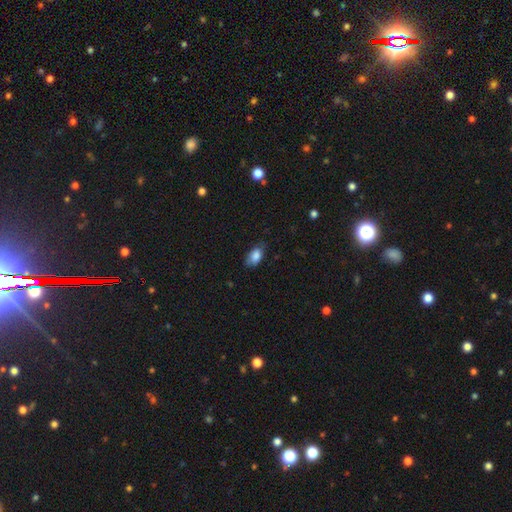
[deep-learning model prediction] A smooth galaxy with no disk features (83%) that is in between round and cigar-shaped (91%). Merging: none (69%).